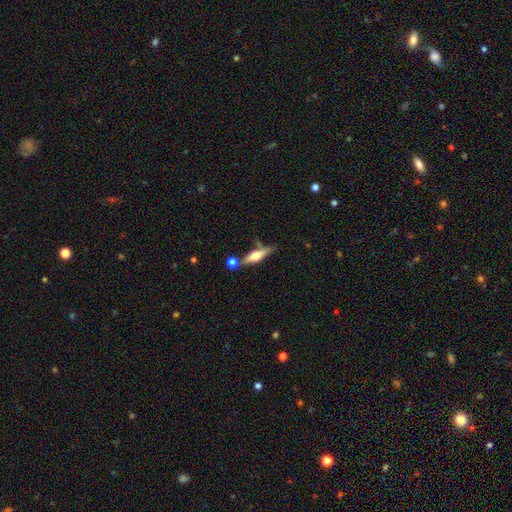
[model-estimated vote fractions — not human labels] A featured or disk galaxy (65%) viewed edge-on (95%) with a rounded central bulge (93%).

Vote fractions:
- Smooth or featured? featured or disk: 65% / smooth: 28% / star or artifact: 7%
- Edge-on disk? yes: 95% / no: 5%
- Edge-on bulge? rounded: 93% / boxy: 5% / none: 2%
- Merging? none: 68% / merger: 15% / minor disturbance: 13% / major disturbance: 4%